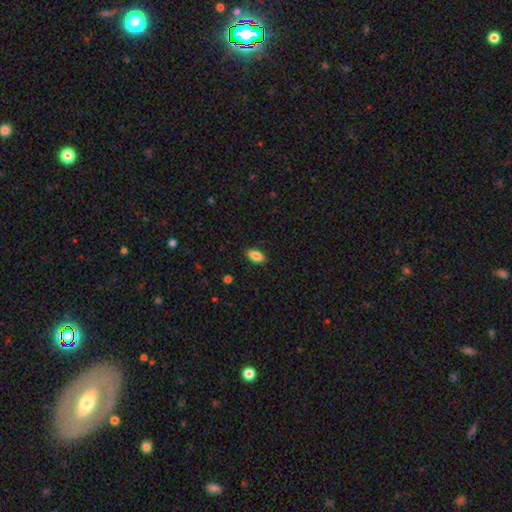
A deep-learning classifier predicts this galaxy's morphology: This is clearly a smooth galaxy (86%). How rounded: clearly in between (88%). Merging: clearly none (87%).